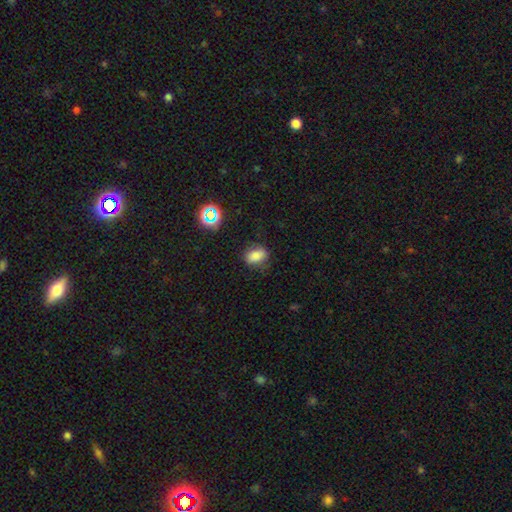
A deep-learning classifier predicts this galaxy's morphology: Smooth or featured?
  - smooth: 79% *
  - star or artifact: 13%
  - featured or disk: 7%
How rounded?
  - in between: 74% *
  - round: 24%
  - cigar-shaped: 2%
Merging?
  - none: 75% *
  - minor disturbance: 19%
  - major disturbance: 5%
  - merger: 2%